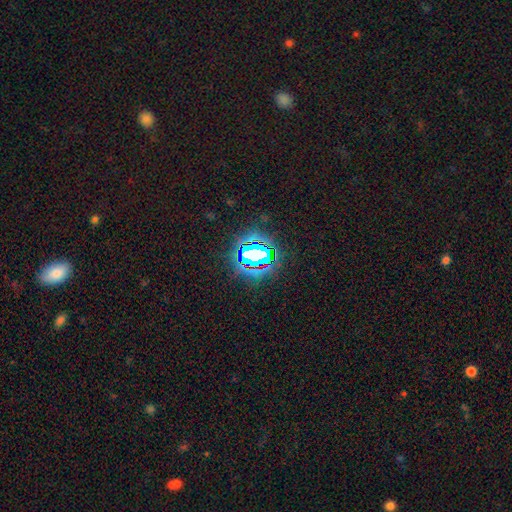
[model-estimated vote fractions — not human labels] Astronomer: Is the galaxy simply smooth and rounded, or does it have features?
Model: star or artifact — 71%.